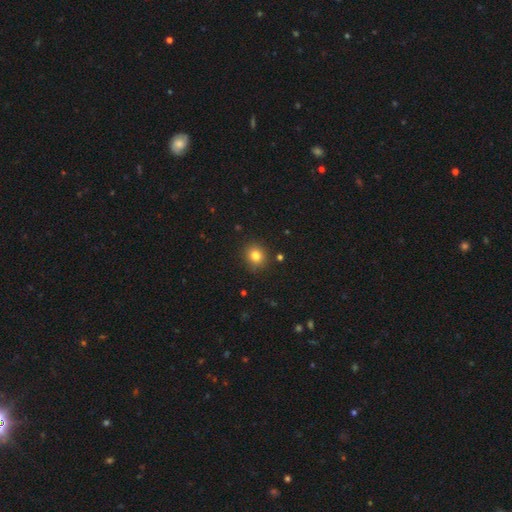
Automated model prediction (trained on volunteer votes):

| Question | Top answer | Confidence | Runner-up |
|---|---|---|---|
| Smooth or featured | smooth | 81% | star or artifact (12%) |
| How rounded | round | 81% | in between (18%) |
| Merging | none | 89% | minor disturbance (8%) |